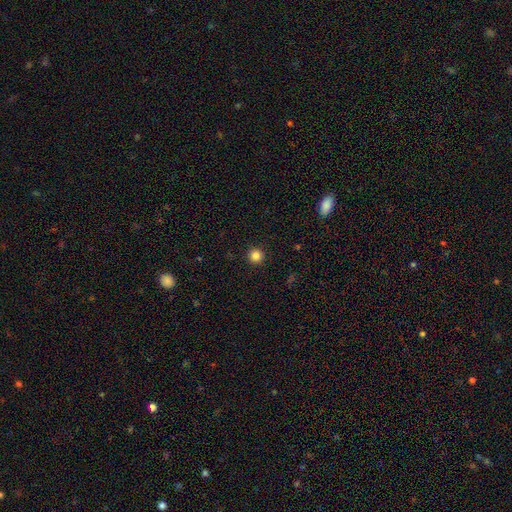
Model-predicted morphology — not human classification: Smooth or featured? smooth (84%)
How rounded? round (96%)
Merging? none (93%)